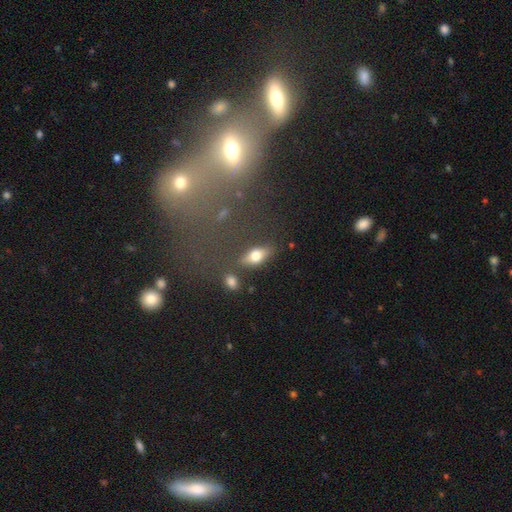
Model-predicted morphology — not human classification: A smooth galaxy with no disk features (65%) that is in between round and cigar-shaped (74%).

Vote fractions:
- Smooth or featured? smooth: 65% / featured or disk: 26% / star or artifact: 9%
- How rounded? in between: 74% / cigar-shaped: 19% / round: 7%
- Merging? none: 75% / minor disturbance: 14% / merger: 6% / major disturbance: 4%